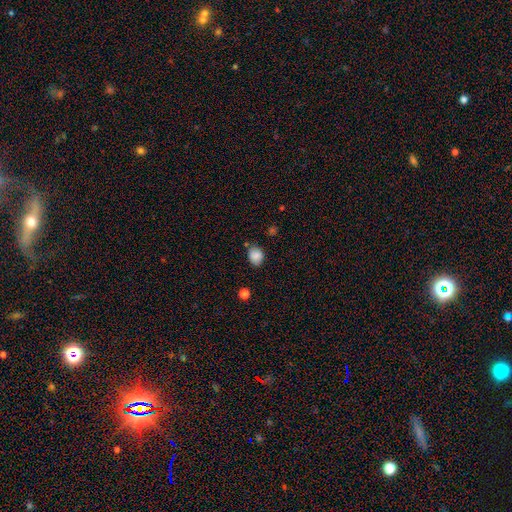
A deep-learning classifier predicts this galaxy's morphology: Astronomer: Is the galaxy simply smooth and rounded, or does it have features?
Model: smooth — 84%.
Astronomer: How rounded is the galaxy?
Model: in between — 62% (runner-up: round, 37%).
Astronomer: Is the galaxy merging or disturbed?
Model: none — 72%.